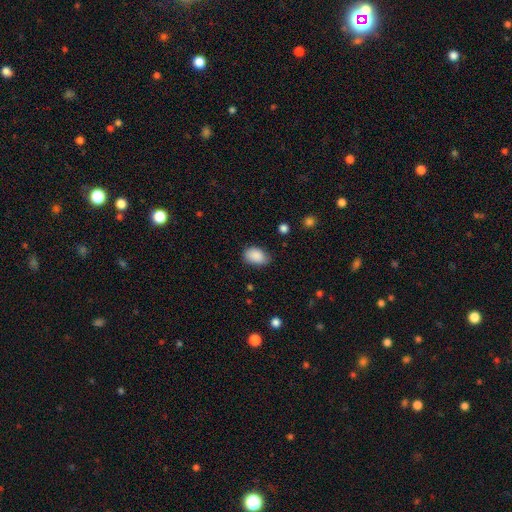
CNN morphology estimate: Smooth or featured? Predicted: smooth (p=0.89). How rounded? Predicted: in between (p=0.86). Merging? Predicted: none (p=0.75).